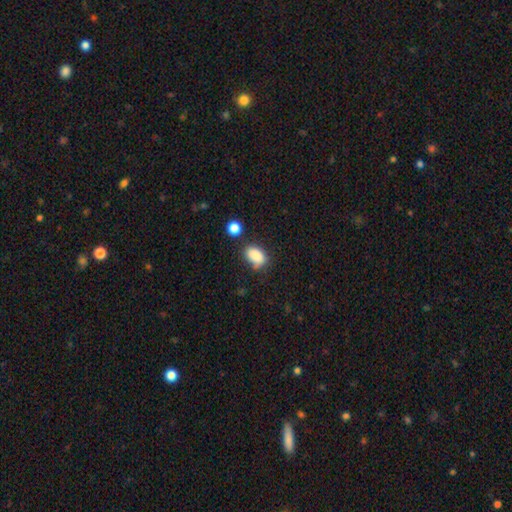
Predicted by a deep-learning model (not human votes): Morphology: type=smooth (86%); roundness=in between (86%); merging=none (62%).